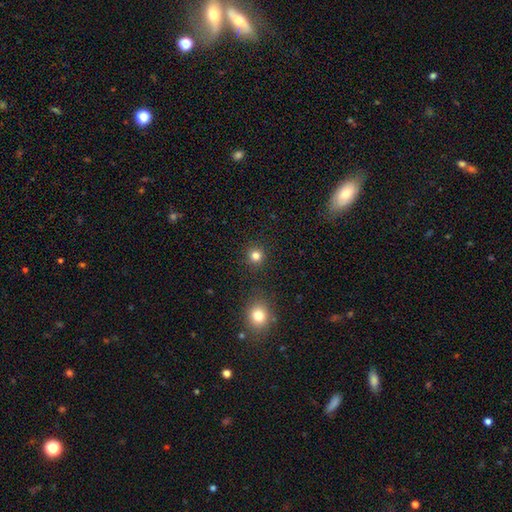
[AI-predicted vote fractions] Smooth or featured: smooth — 82% (star or artifact — 14%)
How rounded: round — 93% (in between — 6%)
Merging: none — 90% (minor disturbance — 6%)